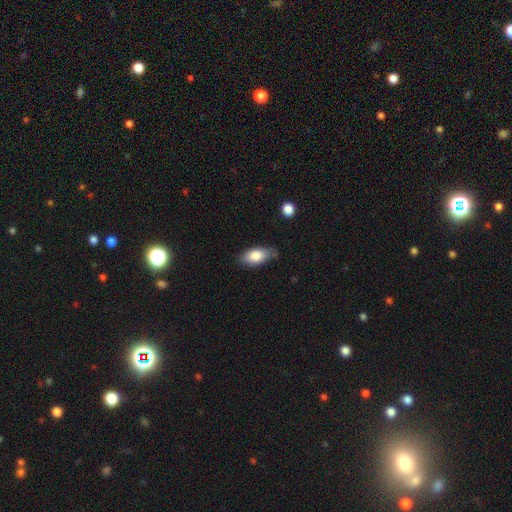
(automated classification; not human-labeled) Q: Smooth or featured?
A: smooth (82%); runner-up: featured or disk (11%)
Q: How rounded?
A: in between (91%); runner-up: cigar-shaped (6%)
Q: Merging?
A: none (70%); runner-up: minor disturbance (23%)